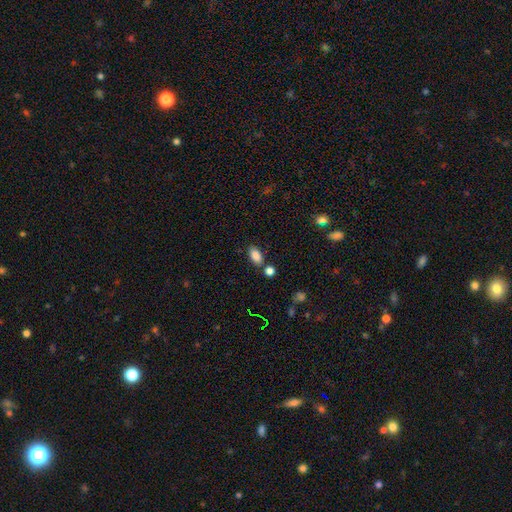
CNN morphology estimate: Smooth or featured? Predicted: smooth (p=0.86). How rounded? Predicted: in between (p=0.91). Merging? Predicted: none (p=0.74).